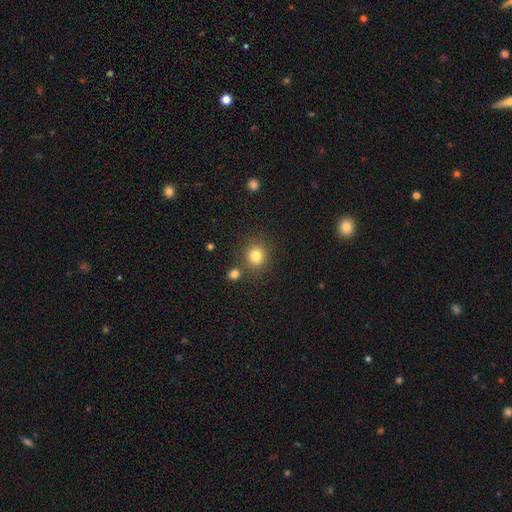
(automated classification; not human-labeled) smooth-or-featured: smooth: 81% | star or artifact: 13% | featured or disk: 7%
  how-rounded: round: 84% | in between: 15% | cigar-shaped: 1%
  merging: none: 78% | merger: 10% | minor disturbance: 9% | major disturbance: 3%